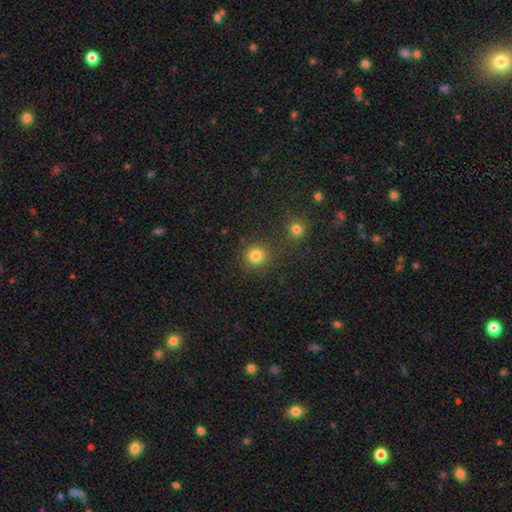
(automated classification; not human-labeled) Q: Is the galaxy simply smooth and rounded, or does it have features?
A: smooth — 82%.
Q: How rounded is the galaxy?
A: round — 89%.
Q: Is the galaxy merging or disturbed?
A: none — 79%.